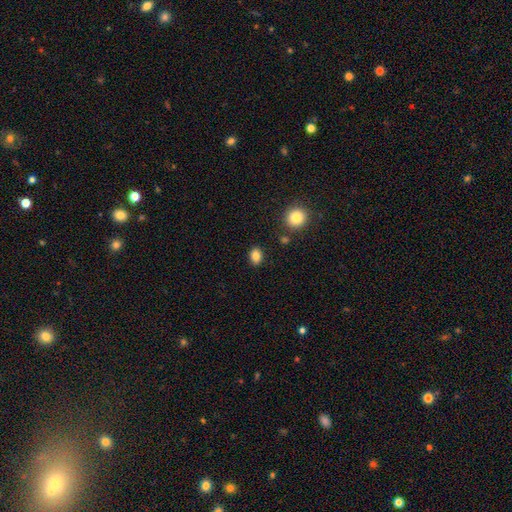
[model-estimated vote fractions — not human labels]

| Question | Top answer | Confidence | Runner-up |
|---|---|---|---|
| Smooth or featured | smooth | 84% | star or artifact (10%) |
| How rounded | in between | 61% | round (38%) |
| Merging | none | 86% | minor disturbance (9%) |